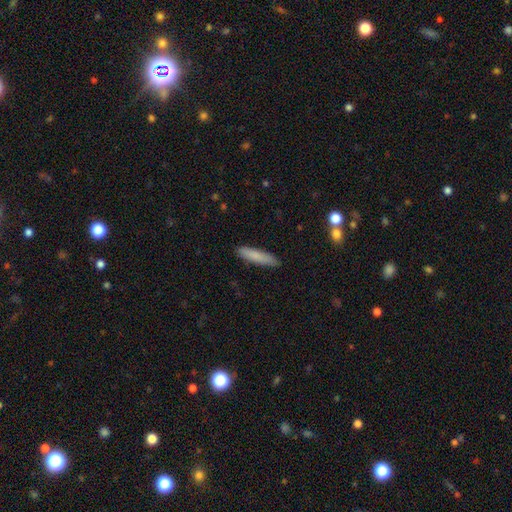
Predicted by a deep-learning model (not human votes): Overall: smooth (80%). How rounded: cigar-shaped (84%). Merging: none (88%).